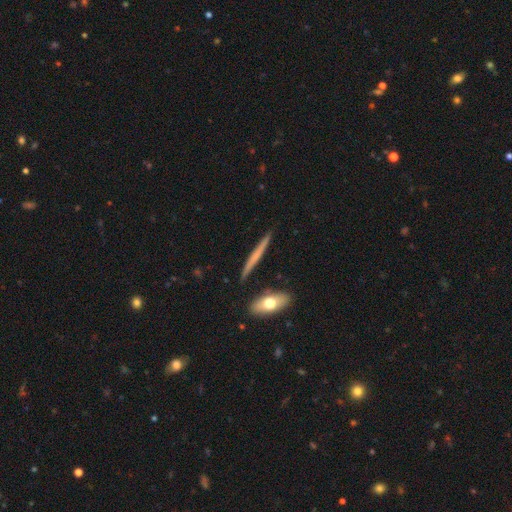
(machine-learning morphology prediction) A featured or disk galaxy (48%).

Vote fractions:
- Smooth or featured? featured or disk: 48% / smooth: 46% / star or artifact: 6%
- Merging? none: 88% / minor disturbance: 8% / merger: 2% / major disturbance: 2%